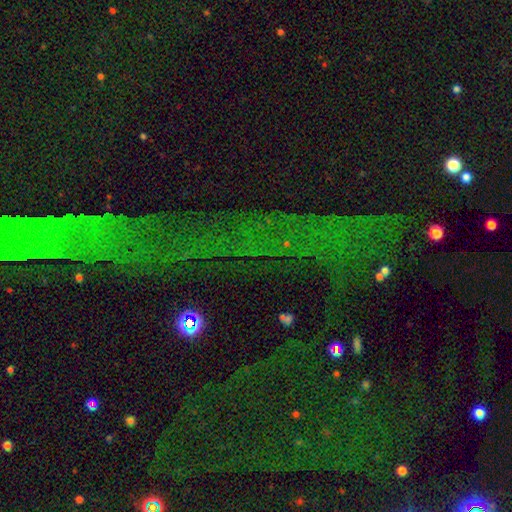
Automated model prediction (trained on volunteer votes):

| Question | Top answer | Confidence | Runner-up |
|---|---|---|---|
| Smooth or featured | star or artifact | 74% | smooth (13%) |